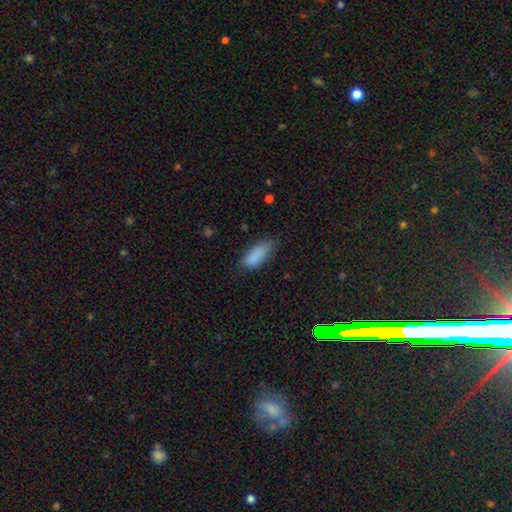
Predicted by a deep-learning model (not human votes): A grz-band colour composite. It shows a smooth galaxy with no disk features (87%) that is in between round and cigar-shaped (81%). Merging: none (71%).